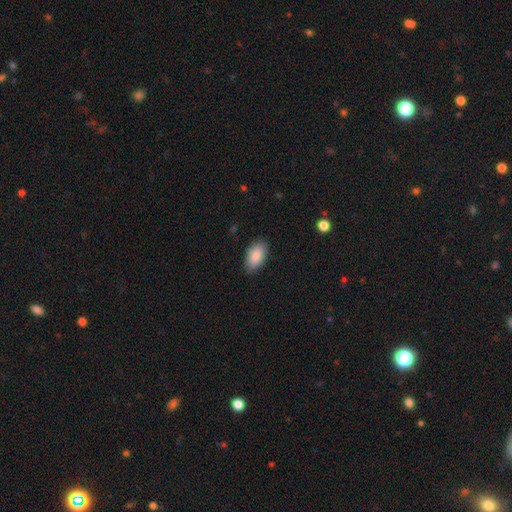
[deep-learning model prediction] Q: Smooth or featured?
A: smooth (89%); runner-up: star or artifact (6%)
Q: How rounded?
A: in between (94%); runner-up: round (3%)
Q: Merging?
A: none (85%); runner-up: minor disturbance (12%)